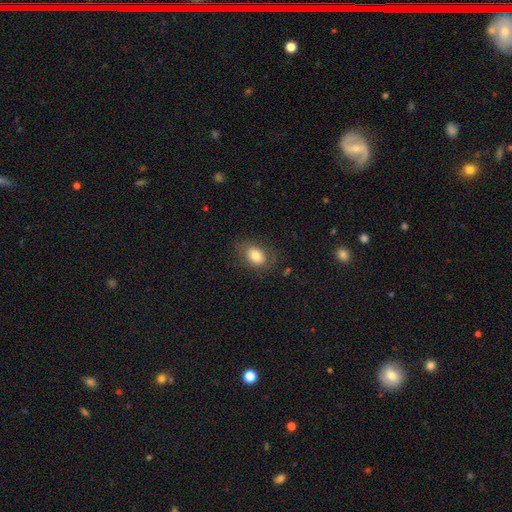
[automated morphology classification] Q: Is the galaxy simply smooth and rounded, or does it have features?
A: smooth — 78%.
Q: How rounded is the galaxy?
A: in between — 79%.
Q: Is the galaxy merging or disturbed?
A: none — 74%.